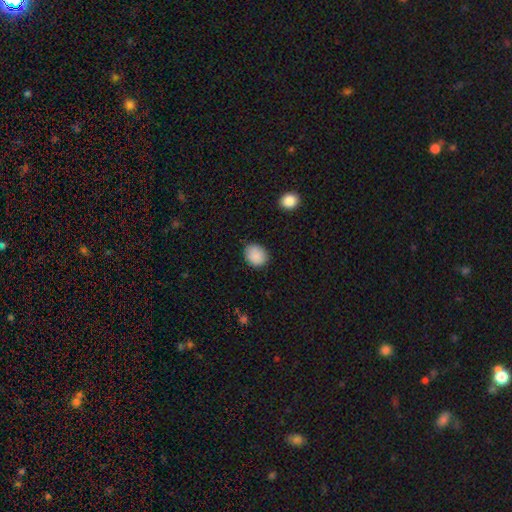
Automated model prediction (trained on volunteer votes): Morphology: type=smooth (89%); roundness=round (58%); merging=none (85%).